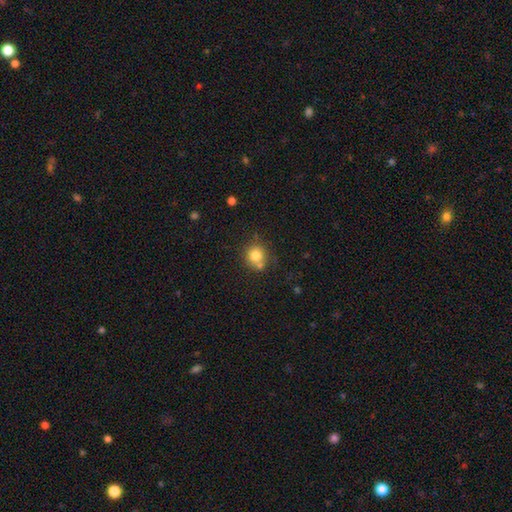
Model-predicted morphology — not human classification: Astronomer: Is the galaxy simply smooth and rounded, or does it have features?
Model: smooth — 79%.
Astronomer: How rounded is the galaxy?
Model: round — 88%.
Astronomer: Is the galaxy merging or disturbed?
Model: none — 63%.